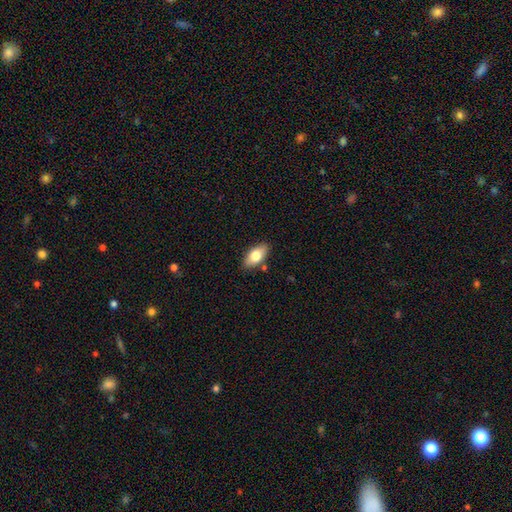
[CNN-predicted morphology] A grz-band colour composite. It shows a smooth galaxy with no disk features (76%) that is in between round and cigar-shaped (90%). Merging: none (84%).